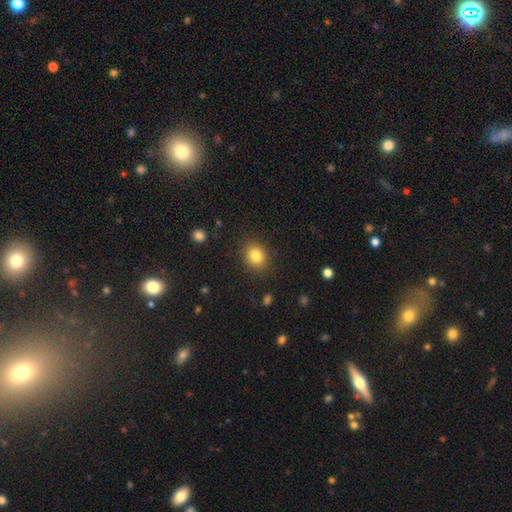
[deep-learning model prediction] Smooth or featured?
  - smooth: 83% *
  - star or artifact: 10%
  - featured or disk: 7%
How rounded?
  - round: 66% *
  - in between: 34%
  - cigar-shaped: 1%
Merging?
  - none: 87% *
  - minor disturbance: 9%
  - major disturbance: 3%
  - merger: 1%